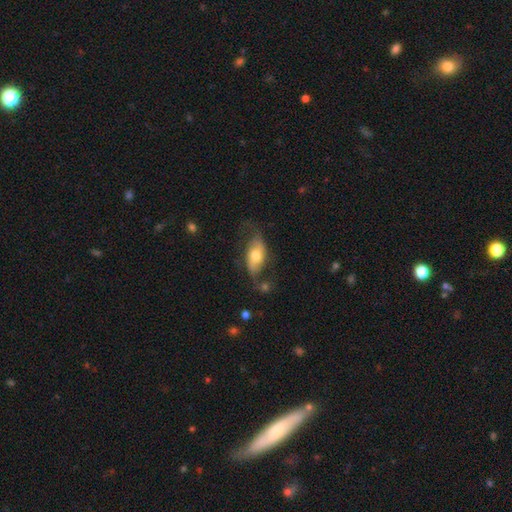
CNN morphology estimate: This is possibly a featured or disk galaxy (49%). Merging: possibly none (53%).